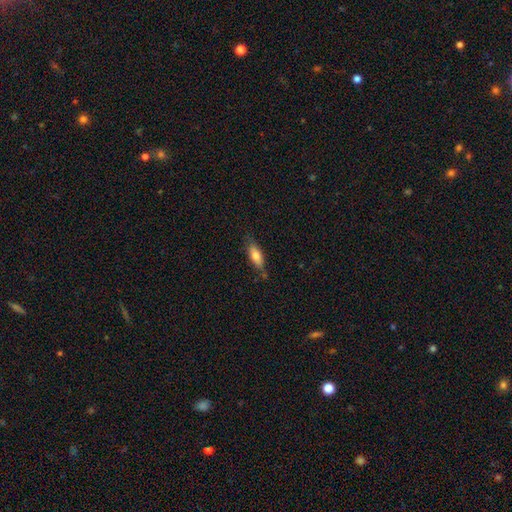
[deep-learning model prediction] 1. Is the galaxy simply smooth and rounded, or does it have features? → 74% smooth, 19% featured or disk, 7% star or artifact.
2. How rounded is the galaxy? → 64% in between, 34% cigar-shaped, 2% round.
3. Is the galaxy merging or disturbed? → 69% none, 23% minor disturbance, 5% major disturbance, 4% merger.